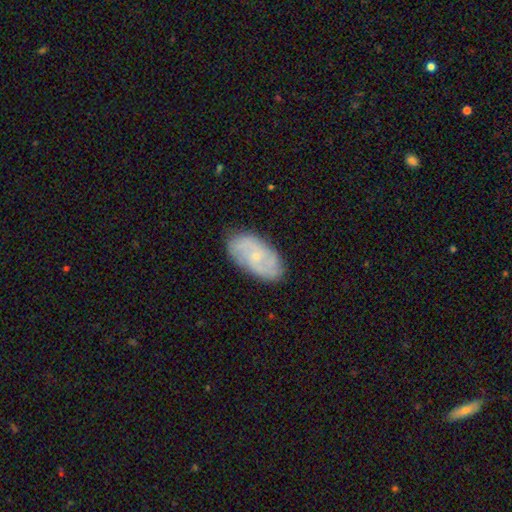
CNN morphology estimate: A featured or disk galaxy (68%) with no bar (74%), 2 (38%) medium (41%, tied with tight) spiral arms (88%) and a small central bulge (79%).

Vote fractions:
- Smooth or featured? featured or disk: 68% / smooth: 26% / star or artifact: 7%
- Edge-on disk? no: 95% / yes: 5%
- Bar? no: 74% / weak: 23% / strong: 4%
- Spiral arms? yes: 88% / no: 12%
- Spiral winding? medium: 41% (tied) / tight: 41% (tied) / loose: 18%
- Spiral arm count? 2: 38% / can't tell: 31% / 3: 16% / 4: 7% / 1: 4% / more than 4: 4%
- Bulge size? small: 79% / moderate: 17% / none: 3% / large: 1% / dominant: 1%
- Merging? none: 81% / minor disturbance: 15% / major disturbance: 3% / merger: 1%